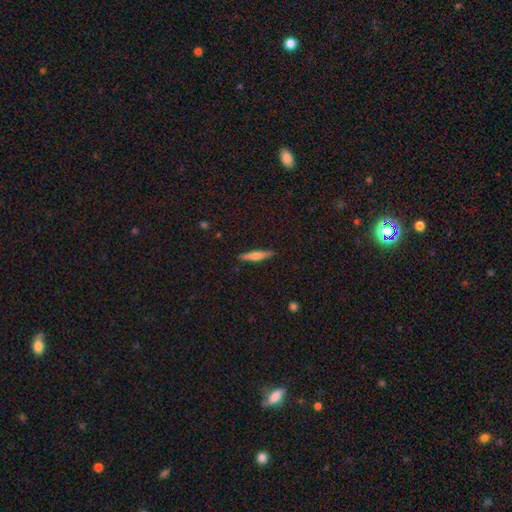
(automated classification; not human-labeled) Morphology: type=smooth (52%); roundness=cigar-shaped (88%); merging=none (90%).